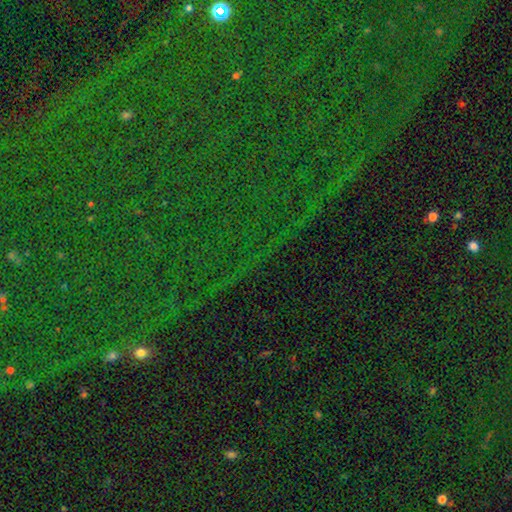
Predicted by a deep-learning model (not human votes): Smooth or featured? star or artifact (85%)